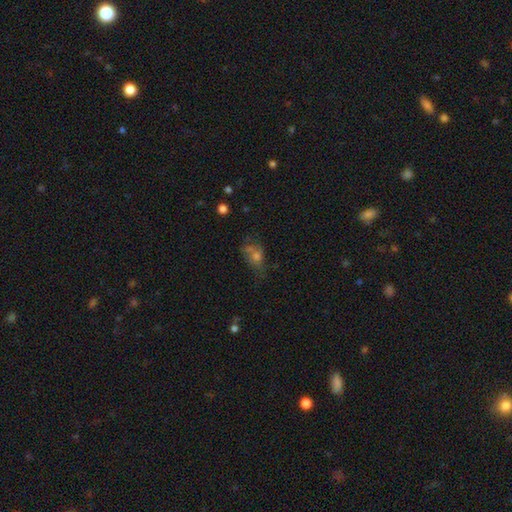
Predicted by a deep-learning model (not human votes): Q: Smooth or featured?
A: smooth (53%); runner-up: featured or disk (25%)
Q: How rounded?
A: in between (64%); runner-up: round (31%)
Q: Merging?
A: none (43%); runner-up: minor disturbance (25%)